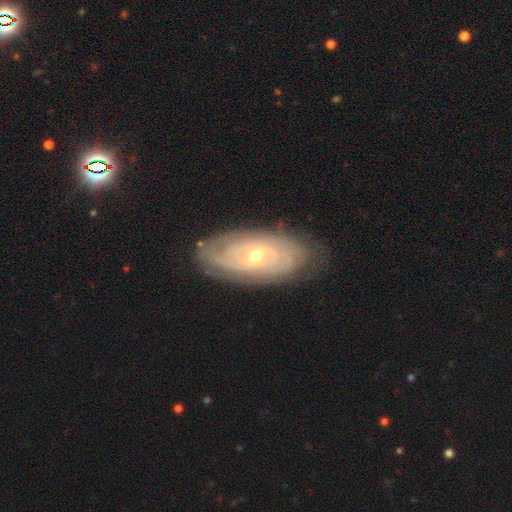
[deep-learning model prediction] Smooth or featured? featured or disk (85%)
Edge-on disk? no (93%)
Bar? no (53%)
Spiral arms? yes (94%)
Spiral winding? tight (79%)
Spiral arm count? can't tell (44%)
Bulge size? small (52%)
Merging? none (81%)